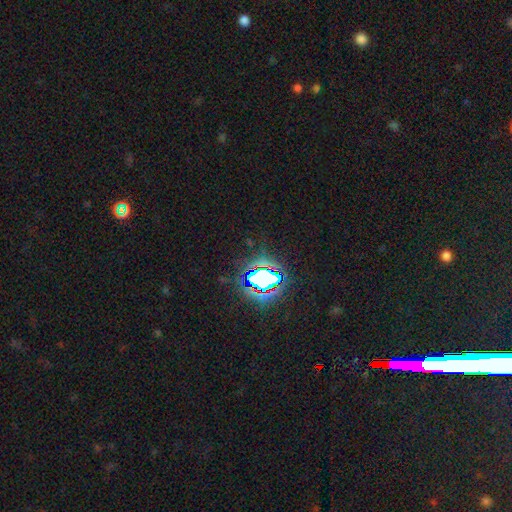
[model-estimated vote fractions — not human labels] Smooth or featured? Predicted: star or artifact (p=0.81).